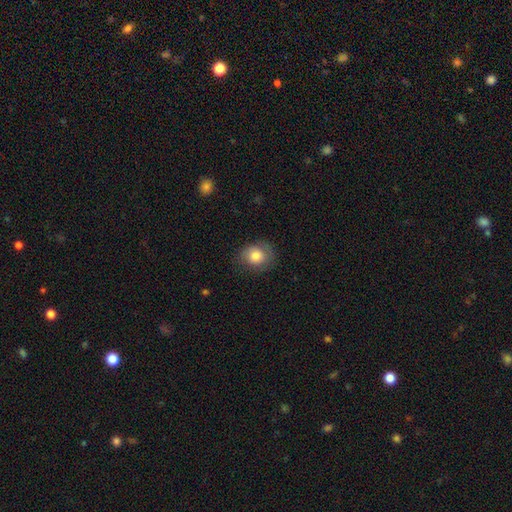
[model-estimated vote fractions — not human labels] A smooth galaxy with no disk features (77%) that is round (67%).

Vote fractions:
- Smooth or featured? smooth: 77% / featured or disk: 15% / star or artifact: 8%
- How rounded? round: 67% / in between: 32% / cigar-shaped: 1%
- Merging? none: 74% / minor disturbance: 19% / major disturbance: 6% / merger: 1%